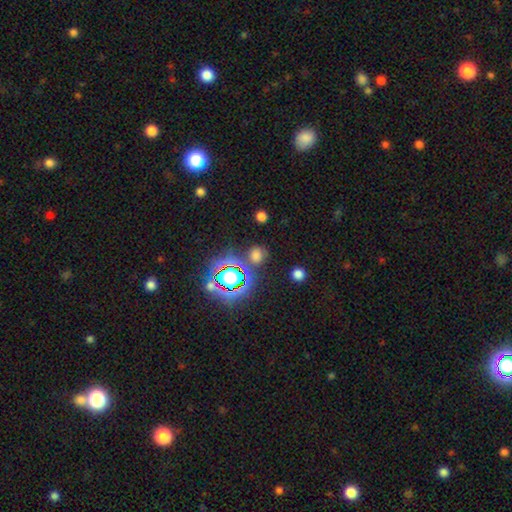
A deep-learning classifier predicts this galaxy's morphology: Smooth or featured?
  - smooth: 59% *
  - star or artifact: 33%
  - featured or disk: 8%
How rounded?
  - round: 77% *
  - in between: 22%
  - cigar-shaped: 2%
Merging?
  - none: 75% *
  - minor disturbance: 12%
  - merger: 7%
  - major disturbance: 6%